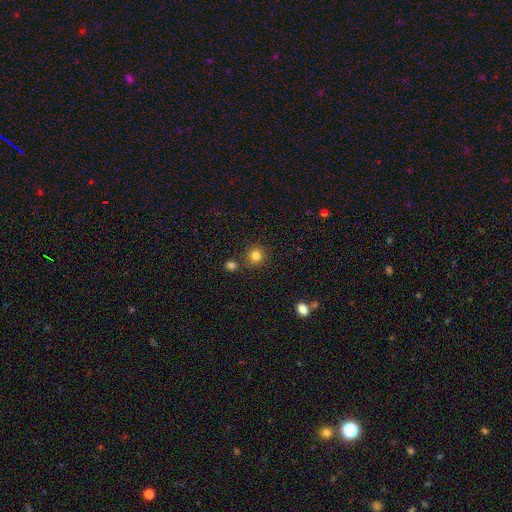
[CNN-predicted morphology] Q: Smooth or featured?
A: smooth (82%); runner-up: star or artifact (12%)
Q: How rounded?
A: round (91%); runner-up: in between (8%)
Q: Merging?
A: none (81%); runner-up: minor disturbance (8%)